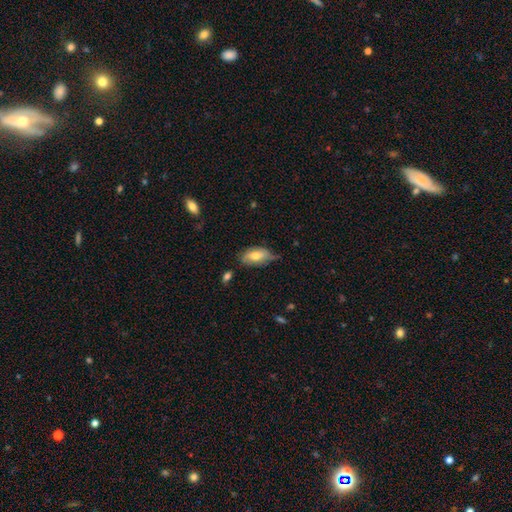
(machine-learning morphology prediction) Smooth or featured? Predicted: smooth (p=0.64). How rounded? Predicted: in between (p=0.90). Merging? Predicted: none (p=0.48).